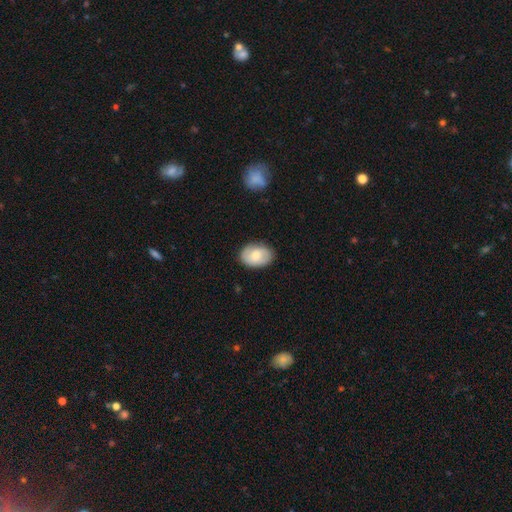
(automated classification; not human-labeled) Q: Smooth or featured?
A: smooth (68%); runner-up: featured or disk (26%)
Q: How rounded?
A: in between (82%); runner-up: round (17%)
Q: Merging?
A: none (83%); runner-up: minor disturbance (13%)